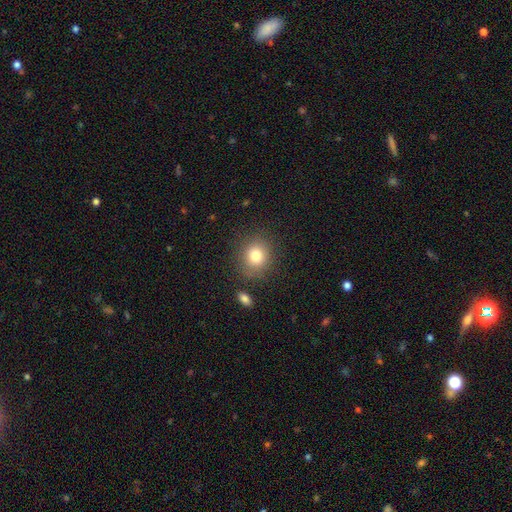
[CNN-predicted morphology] type=smooth (80%); roundness=round (76%); merging=none (83%).